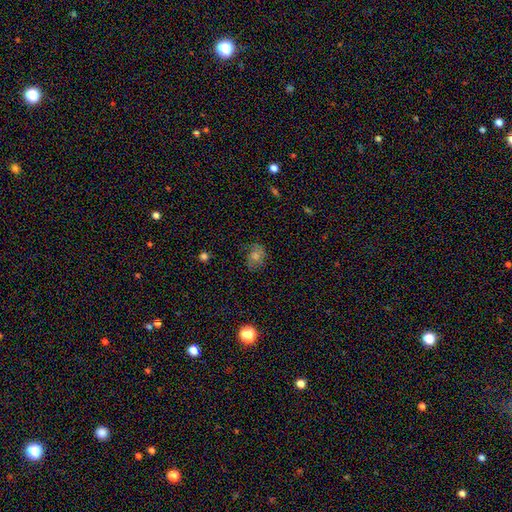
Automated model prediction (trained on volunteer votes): smooth_or_featured: smooth (p=0.46) [alt: featured or disk p=0.33]
merging: none (p=0.72) [alt: minor disturbance p=0.19]